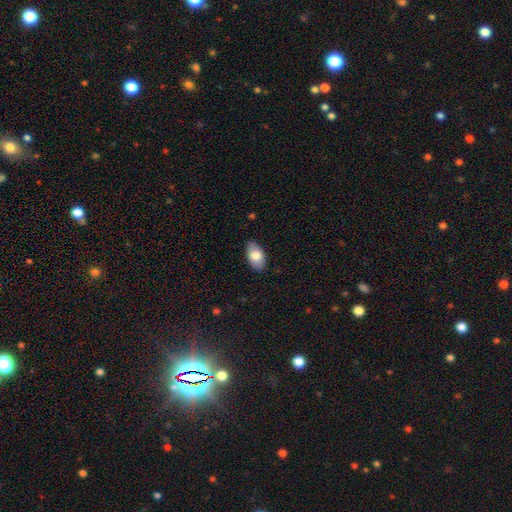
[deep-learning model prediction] Smooth or featured? Predicted: smooth (p=0.79). How rounded? Predicted: in between (p=0.93). Merging? Predicted: none (p=0.84).